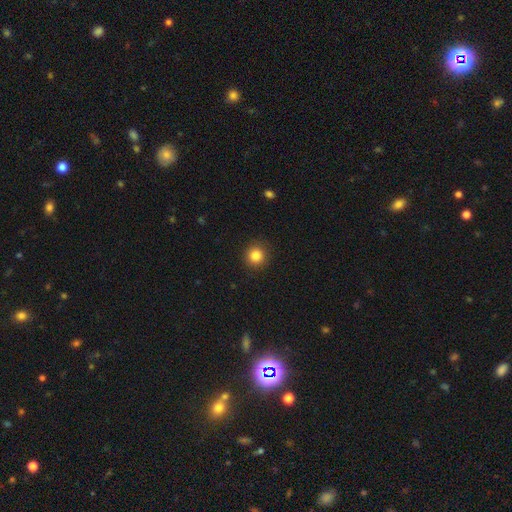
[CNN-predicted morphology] This is clearly a smooth galaxy (84%). How rounded: clearly round (93%). Merging: clearly none (91%).